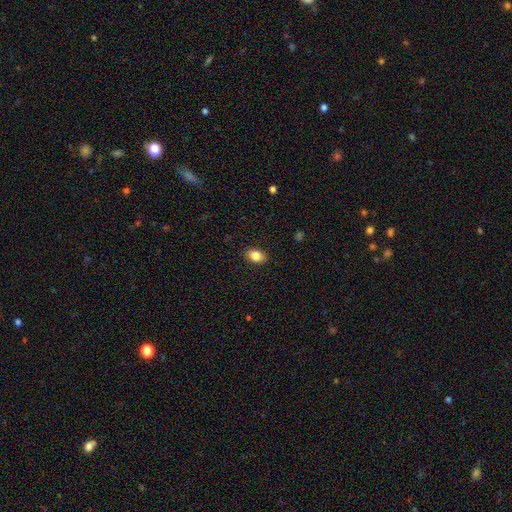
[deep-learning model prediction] This appears to be a smooth galaxy with no disk features (83%) that is in between round and cigar-shaped (82%). Merging: none (88%).